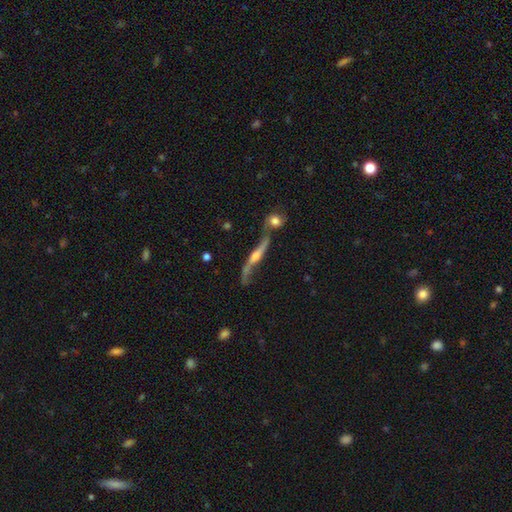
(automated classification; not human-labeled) smooth-or-featured: featured or disk: 79% | smooth: 14% | star or artifact: 7%
  disk-edge-on: yes: 71% | no: 29%
    edge-on-bulge: rounded: 78% | none: 11% | boxy: 10%
  merging: none: 48% | merger: 21% | minor disturbance: 20% | major disturbance: 12%